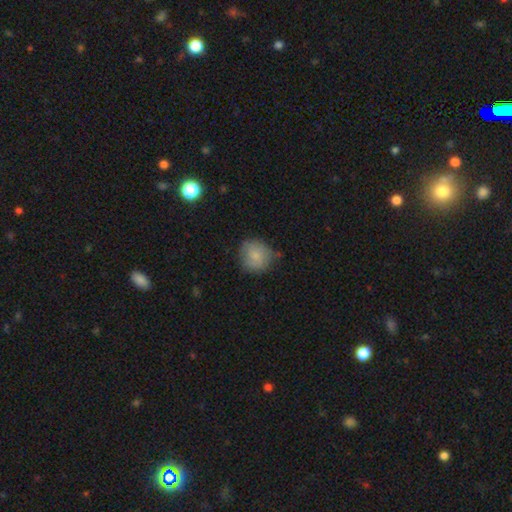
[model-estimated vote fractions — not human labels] Smooth or featured? smooth (79%)
How rounded? round (88%)
Merging? none (71%)